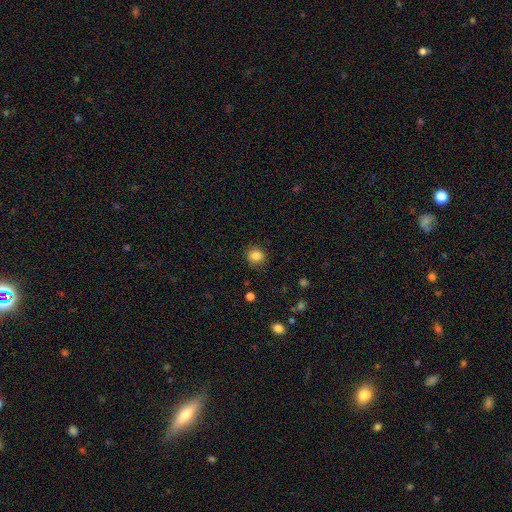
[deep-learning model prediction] A smooth galaxy with no disk features (85%) that is round (78%). Merging: none (85%).